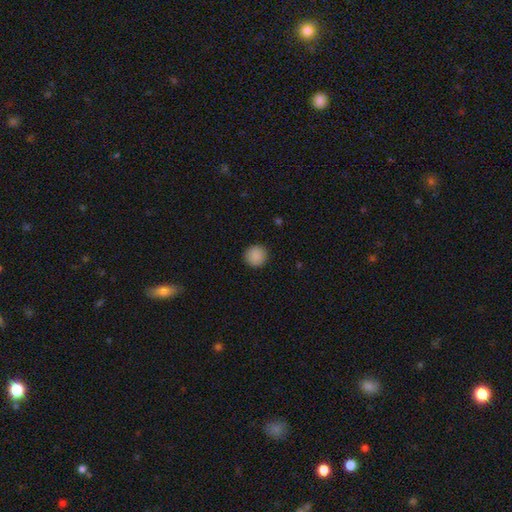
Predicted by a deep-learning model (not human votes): Smooth or featured?
  - smooth: 89% *
  - star or artifact: 9%
  - featured or disk: 3%
How rounded?
  - round: 94% *
  - in between: 5%
  - cigar-shaped: 1%
Merging?
  - none: 91% *
  - minor disturbance: 6%
  - major disturbance: 2%
  - merger: 1%